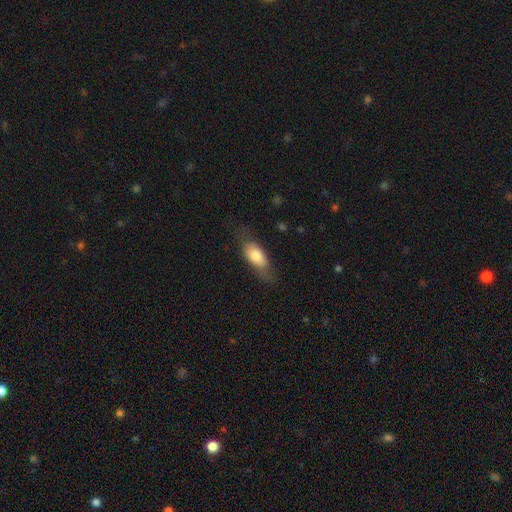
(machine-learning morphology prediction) type=smooth (75%); roundness=in between (81%); merging=none (62%).